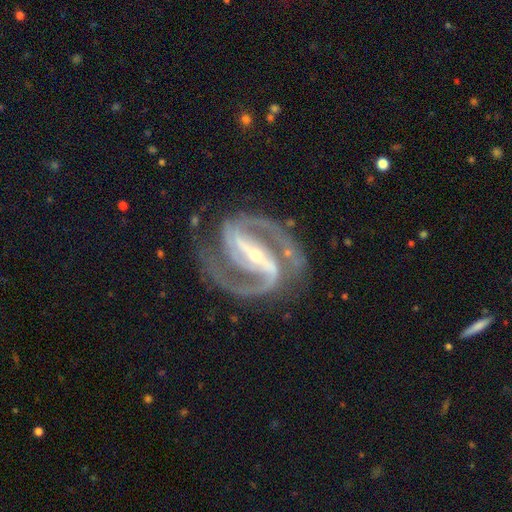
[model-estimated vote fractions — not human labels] Smooth or featured? Predicted: featured or disk (p=0.94). Edge-on disk? Predicted: no (p=0.97). Bar? Predicted: strong (p=0.80). Spiral arms? Predicted: yes (p=0.99). Spiral winding? Predicted: medium (p=0.58). Spiral arm count? Predicted: 2 (p=0.88). Bulge size? Predicted: small (p=0.69). Merging? Predicted: none (p=0.76).